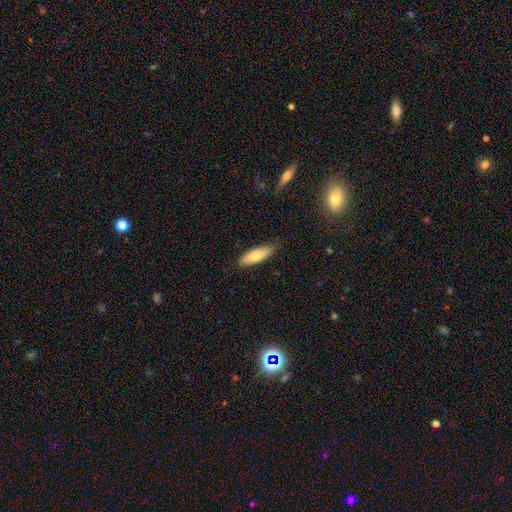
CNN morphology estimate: A smooth galaxy with no disk features (75%) that is in between round and cigar-shaped (59%). Merging: none (82%).